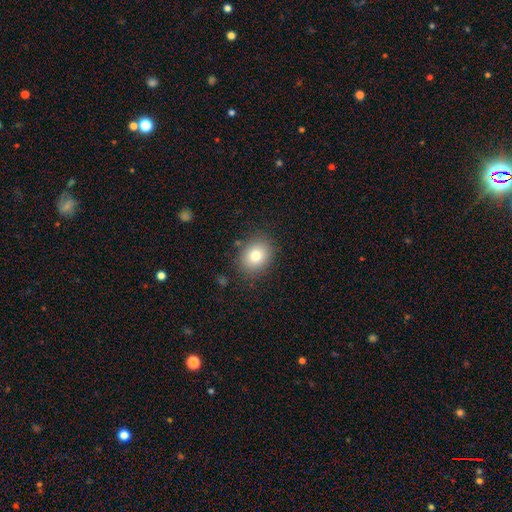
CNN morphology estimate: Q: Smooth or featured?
A: smooth (78%); runner-up: star or artifact (11%)
Q: How rounded?
A: round (62%); runner-up: in between (37%)
Q: Merging?
A: none (85%); runner-up: minor disturbance (10%)